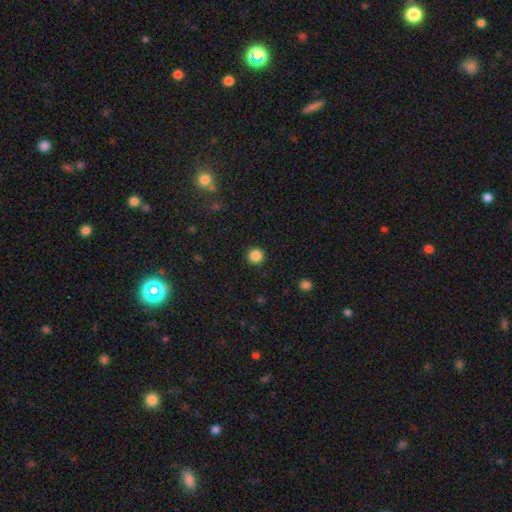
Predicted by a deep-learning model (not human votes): Q: Smooth or featured?
A: smooth (87%); runner-up: star or artifact (11%)
Q: How rounded?
A: round (95%); runner-up: in between (4%)
Q: Merging?
A: none (92%); runner-up: minor disturbance (5%)